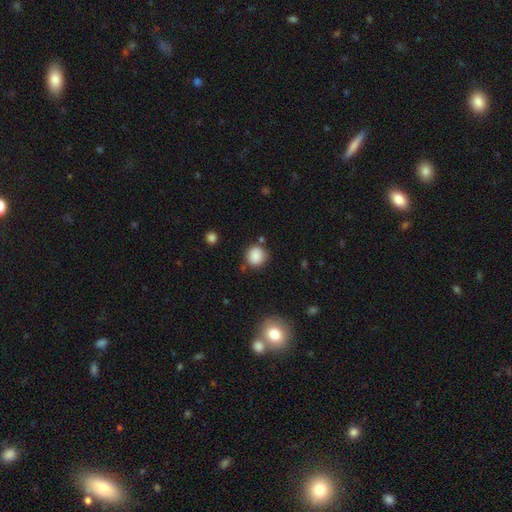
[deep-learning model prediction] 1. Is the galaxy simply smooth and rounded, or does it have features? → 87% smooth, 9% star or artifact, 4% featured or disk.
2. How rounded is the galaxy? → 88% round, 11% in between, 1% cigar-shaped.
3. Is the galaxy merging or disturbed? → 79% none, 13% minor disturbance, 5% merger, 4% major disturbance.